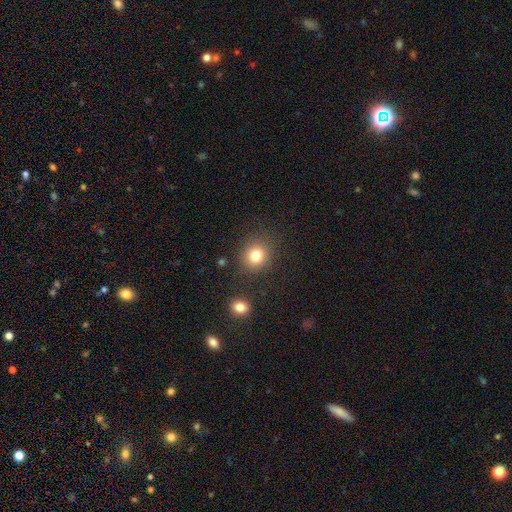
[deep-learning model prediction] Morphology: type=smooth (82%); roundness=round (76%); merging=none (81%).